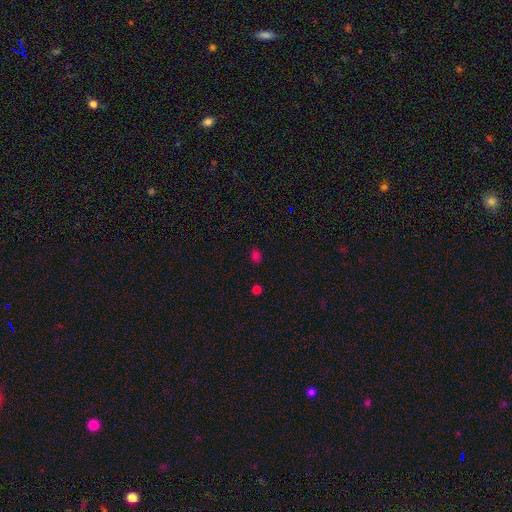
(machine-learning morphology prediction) smooth 70%, star or artifact 26%, featured or disk 4%. Down the decision tree: how rounded — in between (68%); merging — none (82%).